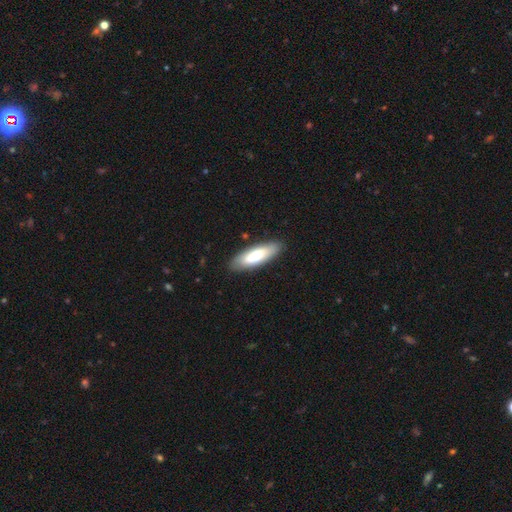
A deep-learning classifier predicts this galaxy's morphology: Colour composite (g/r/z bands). It shows a smooth galaxy with no disk features (77%) that is in between round and cigar-shaped (50%). Merging: none (85%).